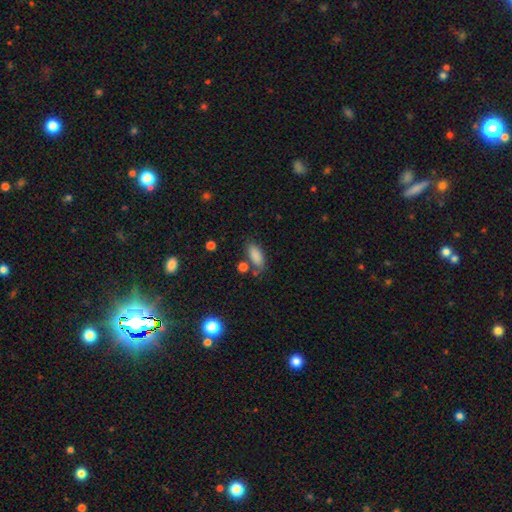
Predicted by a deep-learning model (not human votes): smooth 86%, star or artifact 8%, featured or disk 6%. Down the decision tree: how rounded — in between (81%); merging — none (68%).